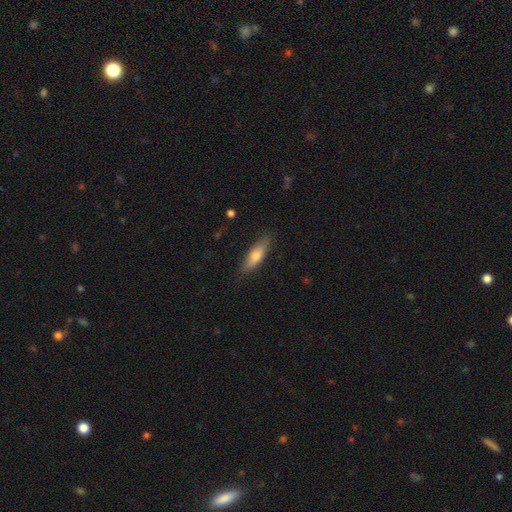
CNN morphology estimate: Smooth or featured: smooth — 65% (featured or disk — 29%)
How rounded: cigar-shaped — 60% (in between — 38%)
Merging: none — 82% (minor disturbance — 14%)